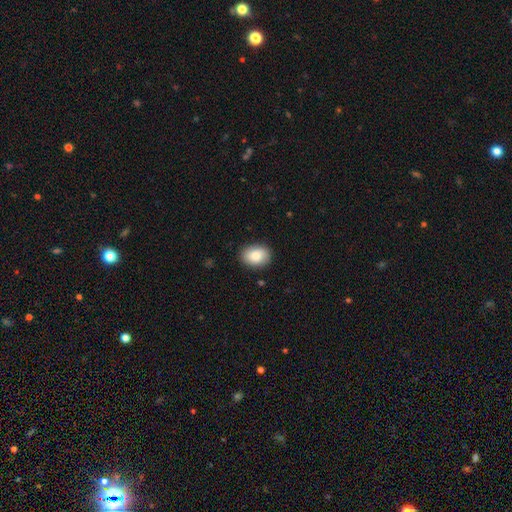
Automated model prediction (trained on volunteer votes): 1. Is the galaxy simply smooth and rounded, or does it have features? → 85% smooth, 8% featured or disk, 7% star or artifact.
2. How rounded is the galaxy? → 69% in between, 30% round, 1% cigar-shaped.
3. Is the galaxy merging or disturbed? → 86% none, 11% minor disturbance, 2% major disturbance, 1% merger.